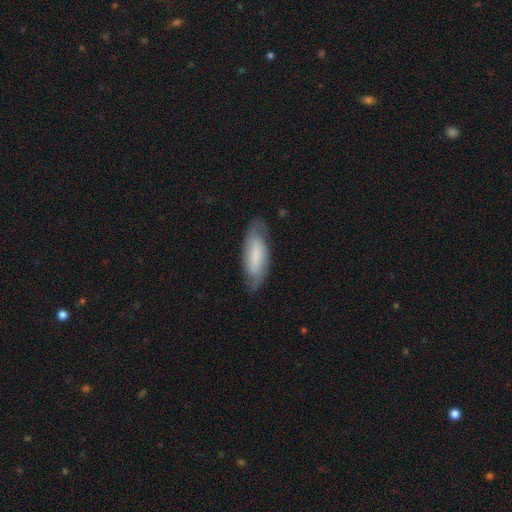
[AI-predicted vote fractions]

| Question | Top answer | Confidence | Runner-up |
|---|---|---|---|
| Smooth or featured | smooth | 47% | featured or disk (46%) |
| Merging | none | 73% | minor disturbance (20%) |